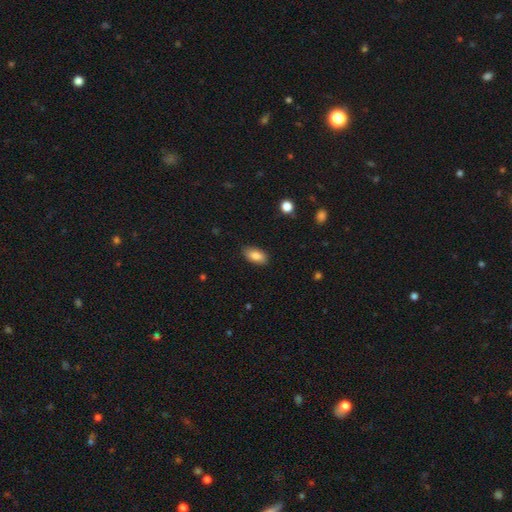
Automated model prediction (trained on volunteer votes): Q: Smooth or featured?
A: smooth (86%); runner-up: star or artifact (7%)
Q: How rounded?
A: in between (91%); runner-up: cigar-shaped (5%)
Q: Merging?
A: none (86%); runner-up: minor disturbance (11%)